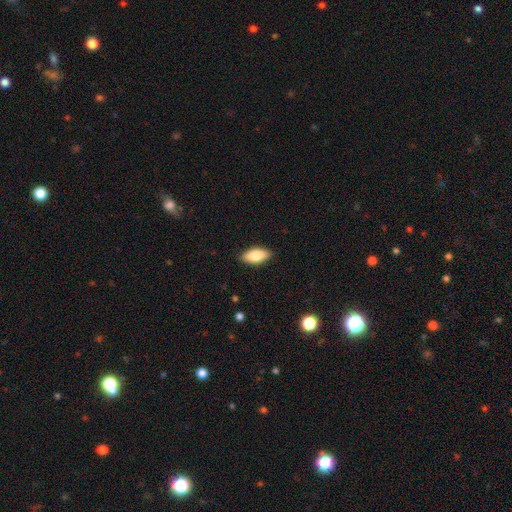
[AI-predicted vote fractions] Morphology: type=smooth (80%); roundness=in between (87%); merging=none (88%).